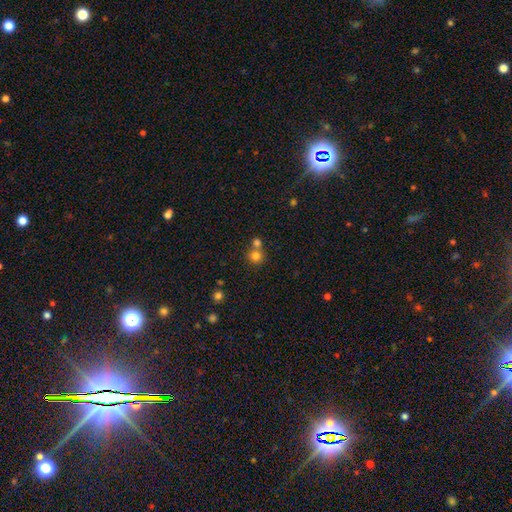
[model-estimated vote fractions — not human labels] Smooth or featured? smooth (79%)
How rounded? round (90%)
Merging? none (55%)